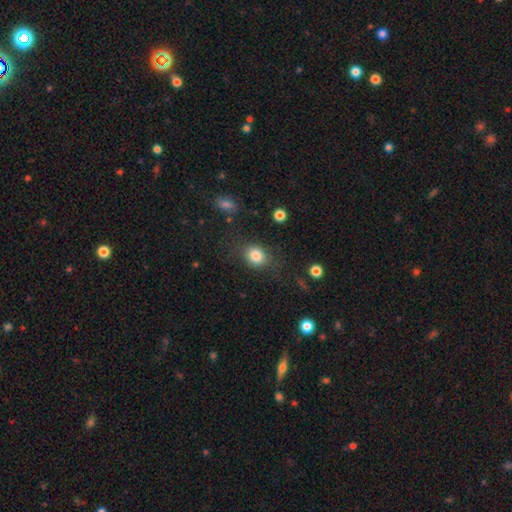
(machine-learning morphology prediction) Smooth or featured?
  - smooth: 83% *
  - star or artifact: 10%
  - featured or disk: 7%
How rounded?
  - round: 59% *
  - in between: 39%
  - cigar-shaped: 1%
Merging?
  - none: 76% *
  - minor disturbance: 15%
  - major disturbance: 7%
  - merger: 3%